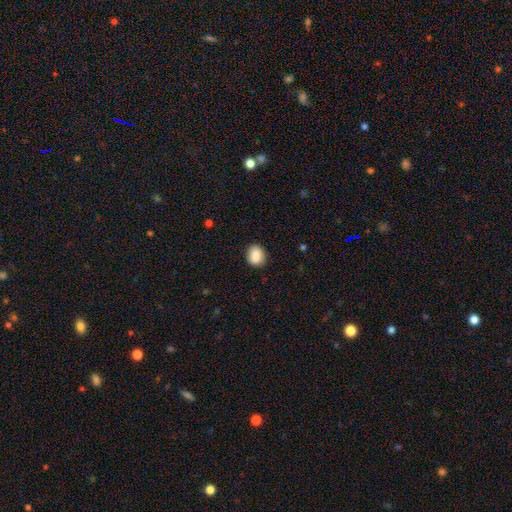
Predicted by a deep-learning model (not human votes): smooth 87%, star or artifact 8%, featured or disk 5%. Down the decision tree: how rounded — round (53%); merging — none (87%).